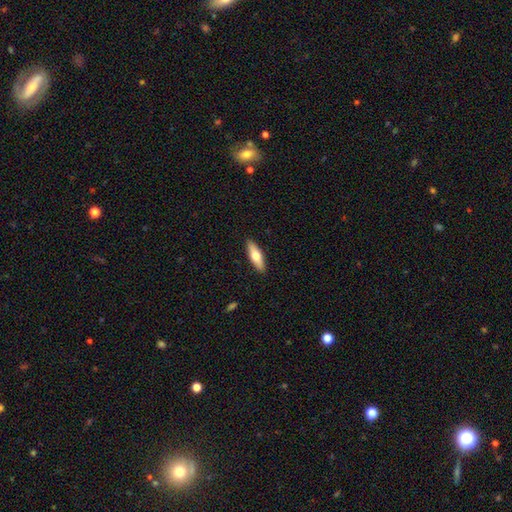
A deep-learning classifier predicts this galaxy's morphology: A smooth galaxy with no disk features (60%) that is cigar-shaped (54%). Merging: none (90%).